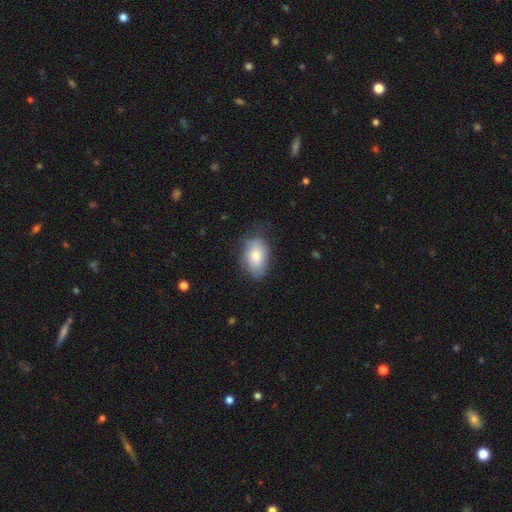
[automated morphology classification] Q: Smooth or featured?
A: smooth (70%); runner-up: featured or disk (23%)
Q: How rounded?
A: in between (89%); runner-up: round (10%)
Q: Merging?
A: none (62%); runner-up: minor disturbance (28%)